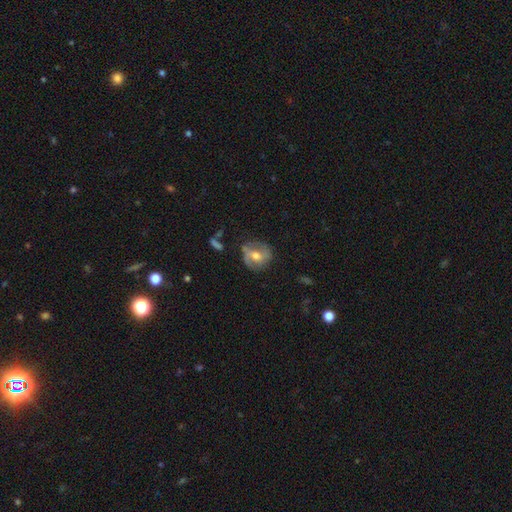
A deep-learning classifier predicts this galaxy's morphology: This is possibly a featured or disk galaxy (59%). It is clearly not viewed edge-on (95%). Bar: marginally weak (41%). Spiral arm pattern: likely yes (72%). Central bulge: likely moderate (71%). Merging: likely none (68%).